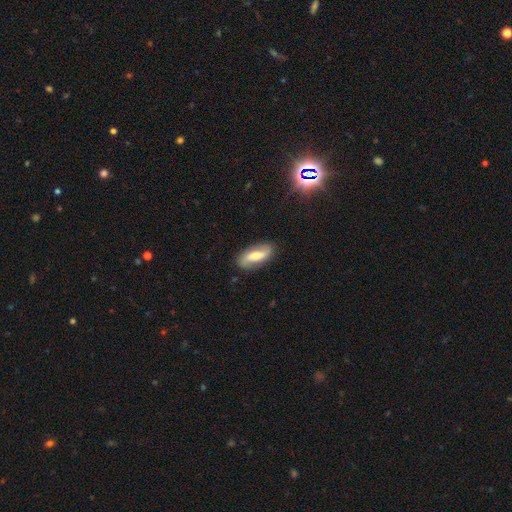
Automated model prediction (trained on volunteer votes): Overall: featured or disk (51%; smooth 43%). Edge-on disk: no (86%). Merging: none (84%).